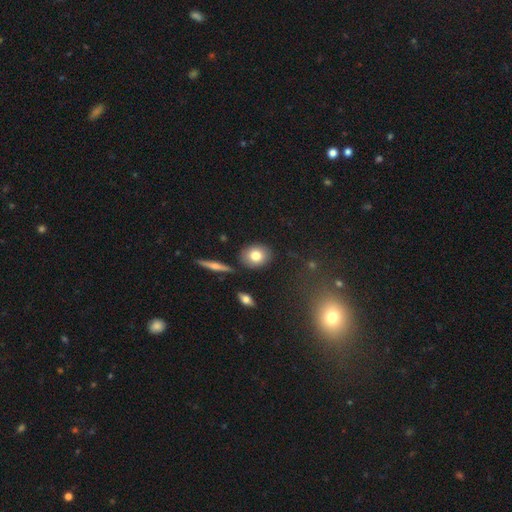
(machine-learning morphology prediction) This is likely a smooth galaxy (78%). How rounded: possibly round (53%). Merging: clearly none (84%).